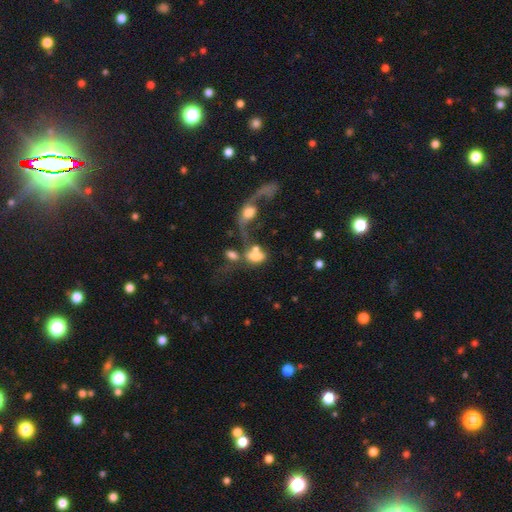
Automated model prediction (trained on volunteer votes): smooth 62%, featured or disk 27%, star or artifact 11%. Down the decision tree: how rounded — in between (84%); merging — merger (56%).